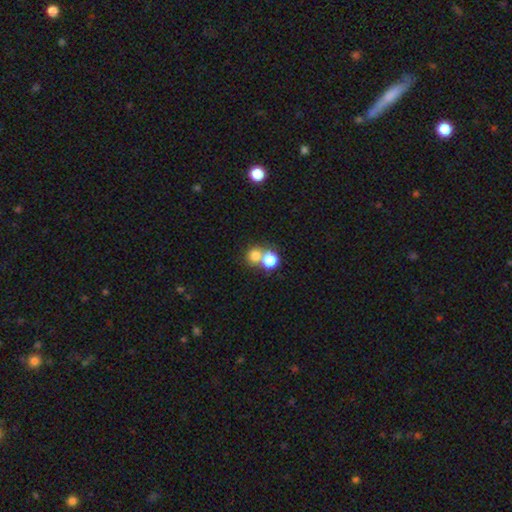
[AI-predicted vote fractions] A smooth galaxy with no disk features (77%) that is round (86%). Merging: none (46%).